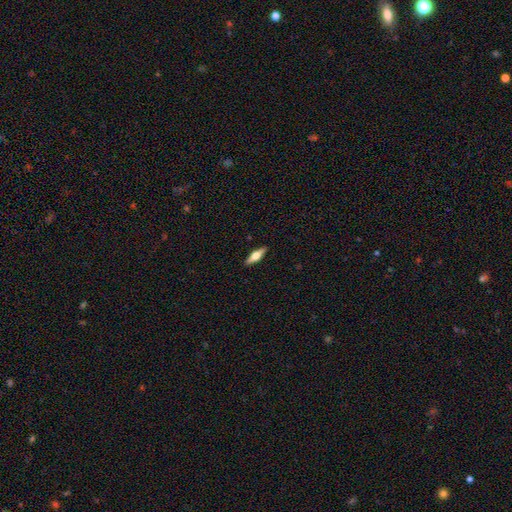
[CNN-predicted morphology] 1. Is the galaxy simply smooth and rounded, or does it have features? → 56% featured or disk, 37% smooth, 6% star or artifact.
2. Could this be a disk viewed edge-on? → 95% yes, 5% no.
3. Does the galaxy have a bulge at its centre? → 94% rounded, 5% boxy, 2% none.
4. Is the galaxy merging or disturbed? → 90% none, 7% minor disturbance, 2% major disturbance, 1% merger.